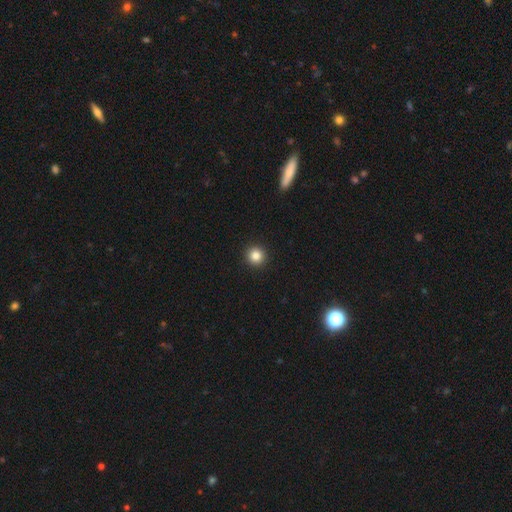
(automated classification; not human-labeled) A smooth galaxy with no disk features (83%) that is round (95%).

Vote fractions:
- Smooth or featured? smooth: 83% / star or artifact: 11% / featured or disk: 5%
- How rounded? round: 95% / in between: 4% / cigar-shaped: 1%
- Merging? none: 94% / minor disturbance: 4% / major disturbance: 1% / merger: 1%